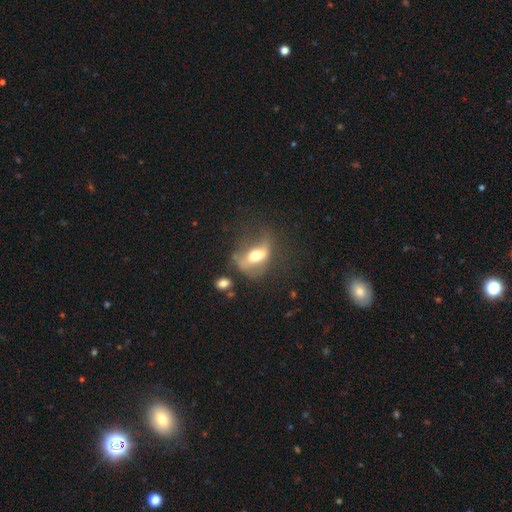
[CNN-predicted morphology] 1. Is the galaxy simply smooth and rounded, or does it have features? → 50% featured or disk, 41% smooth, 9% star or artifact.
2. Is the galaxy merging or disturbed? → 36% none, 33% major disturbance, 25% minor disturbance, 7% merger.